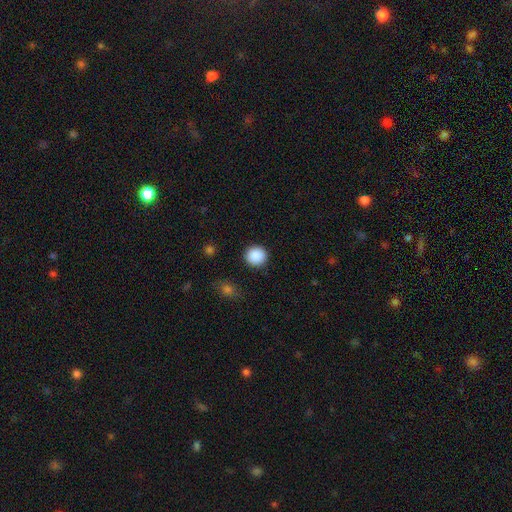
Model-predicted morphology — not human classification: Overall: smooth (89%). How rounded: round (93%). Merging: none (91%).